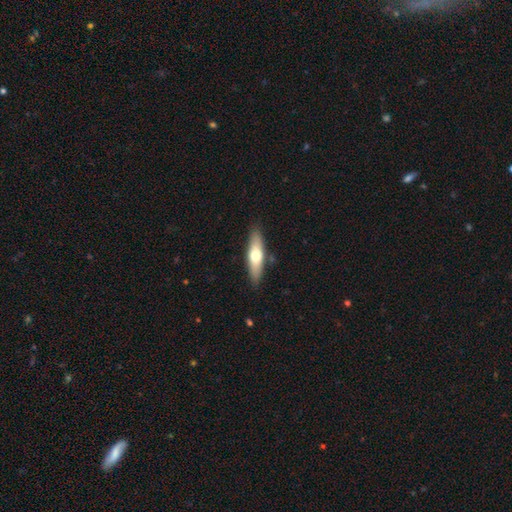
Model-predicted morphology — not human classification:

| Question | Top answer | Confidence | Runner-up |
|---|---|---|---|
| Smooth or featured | smooth | 57% | featured or disk (38%) |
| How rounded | cigar-shaped | 62% | in between (36%) |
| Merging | none | 87% | minor disturbance (10%) |